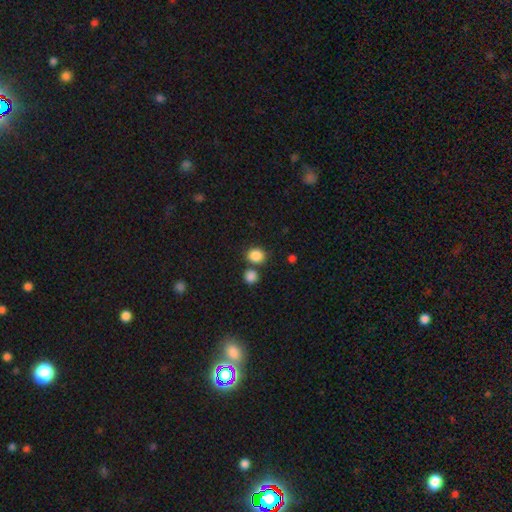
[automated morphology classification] This is clearly a smooth galaxy (86%). How rounded: likely round (72%). Merging: likely none (69%).